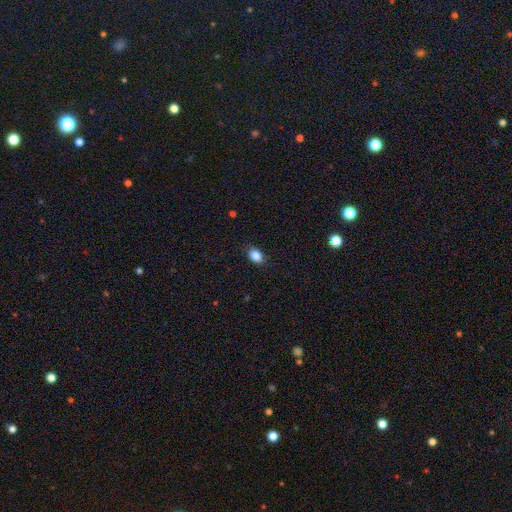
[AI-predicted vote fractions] Overall: smooth (86%). How rounded: in between (73%). Merging: none (86%).